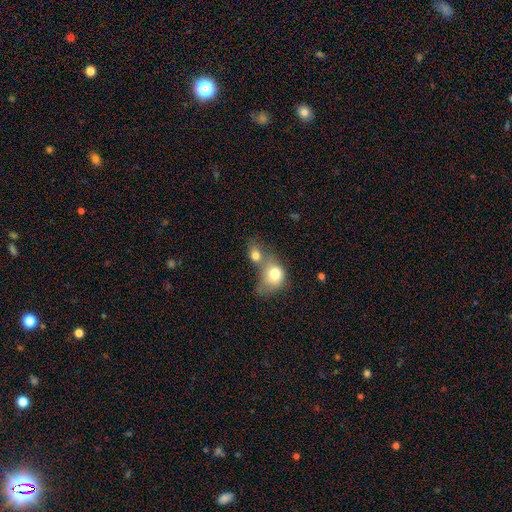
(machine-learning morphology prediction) smooth 77%, featured or disk 13%, star or artifact 10%. Down the decision tree: how rounded — round (55%); merging — merger (67%).